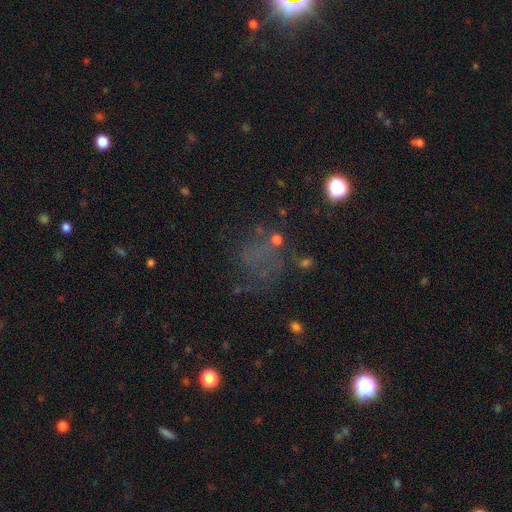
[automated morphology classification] Smooth or featured? star or artifact (37%)